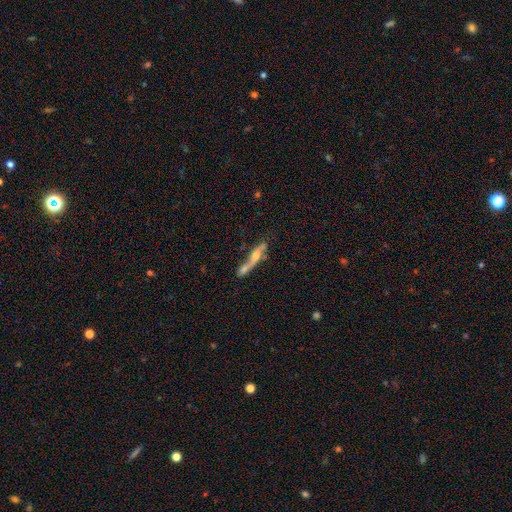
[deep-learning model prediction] This is likely a featured or disk galaxy (66%). It is likely viewed edge-on (73%). Merging: marginally none (43%).